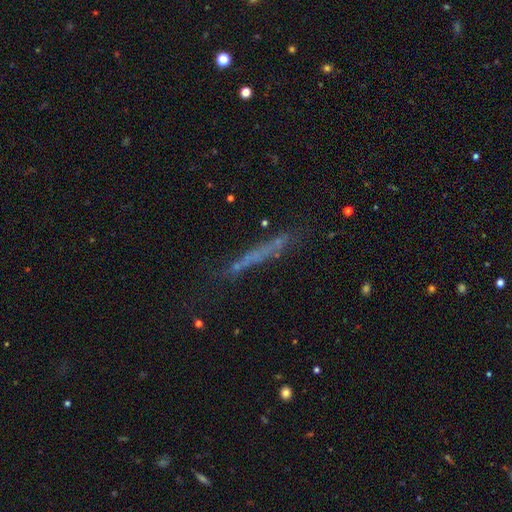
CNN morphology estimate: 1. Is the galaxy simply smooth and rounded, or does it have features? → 48% smooth, 36% featured or disk, 15% star or artifact.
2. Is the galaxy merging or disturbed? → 67% none, 19% minor disturbance, 9% major disturbance, 4% merger.